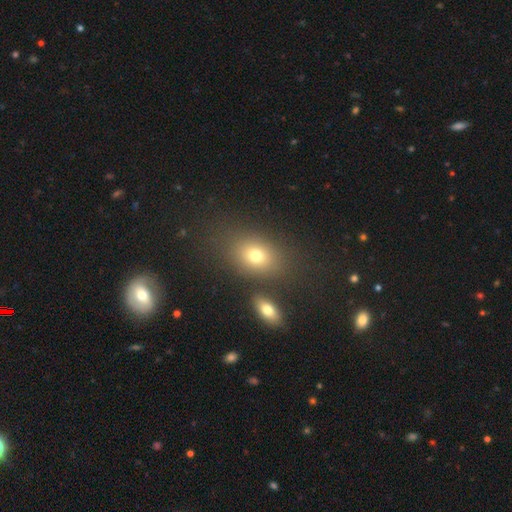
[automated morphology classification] smooth 73%, star or artifact 14%, featured or disk 13%. Down the decision tree: how rounded — in between (66%); merging — none (72%).